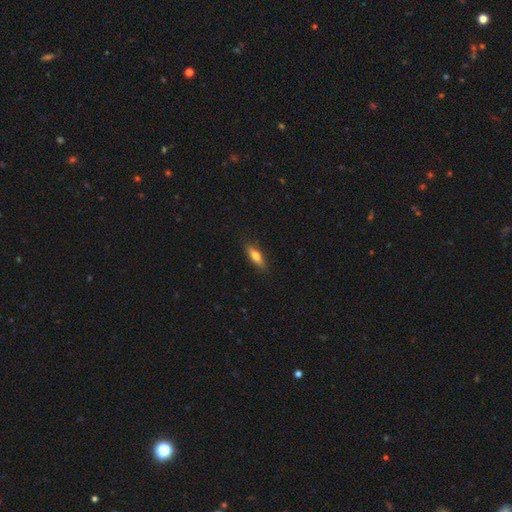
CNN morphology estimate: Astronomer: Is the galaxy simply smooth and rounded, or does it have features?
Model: smooth — 61%.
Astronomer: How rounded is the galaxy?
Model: cigar-shaped — 57% (runner-up: in between, 40%).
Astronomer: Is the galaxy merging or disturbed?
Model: none — 87%.